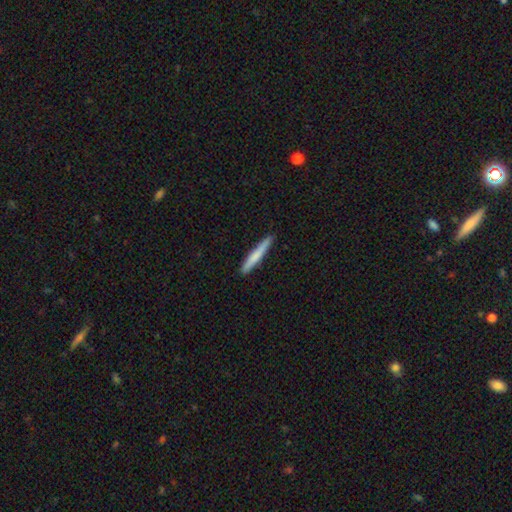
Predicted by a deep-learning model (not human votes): A smooth galaxy with no disk features (71%) that is cigar-shaped (95%). Merging: none (90%).